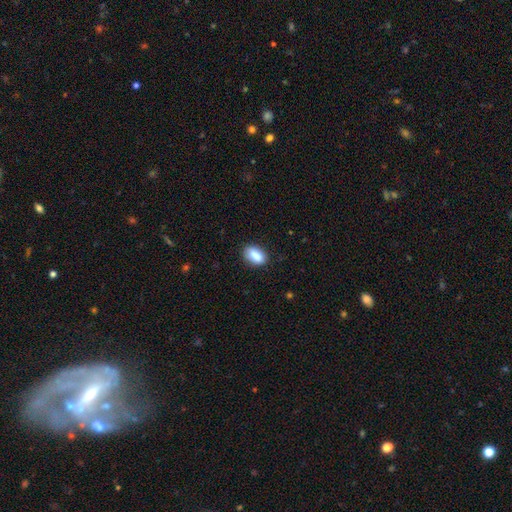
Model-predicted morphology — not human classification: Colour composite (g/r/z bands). It shows a smooth galaxy with no disk features (85%) that is in between round and cigar-shaped (87%). Merging: none (80%).